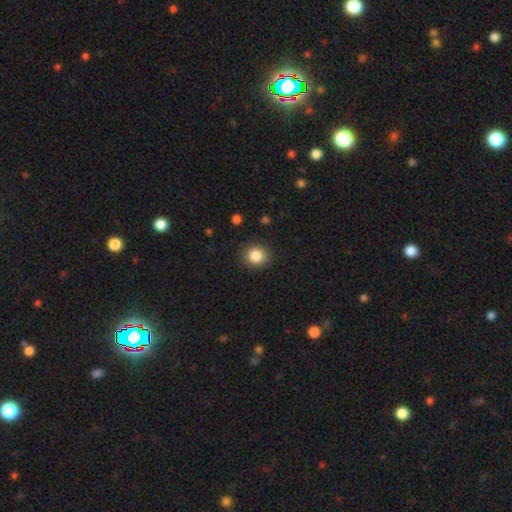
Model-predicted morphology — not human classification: This is clearly a smooth galaxy (86%). How rounded: likely round (77%). Merging: clearly none (89%).